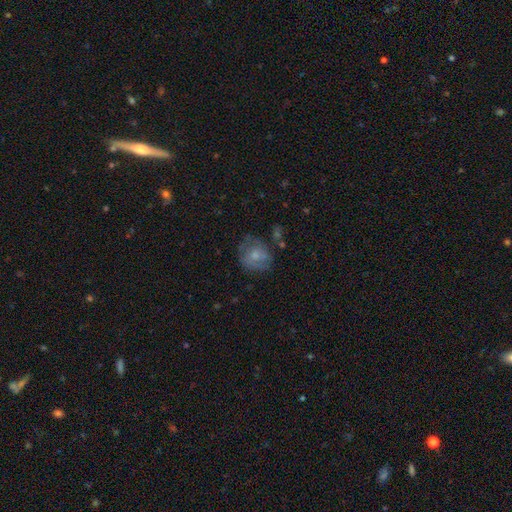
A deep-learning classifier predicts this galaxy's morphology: Smooth or featured? smooth (59%)
How rounded? round (73%)
Merging? none (57%)